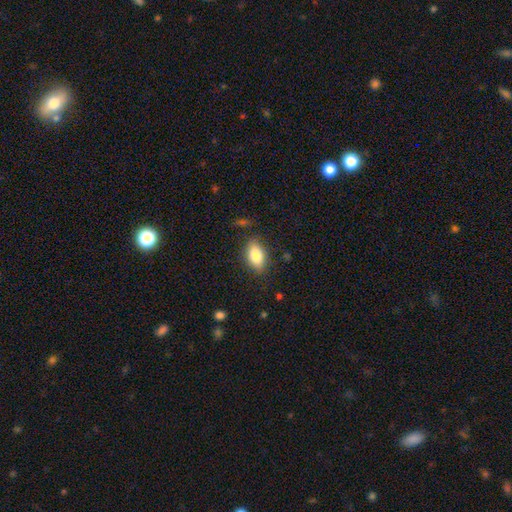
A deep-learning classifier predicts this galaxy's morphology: Smooth or featured? smooth (83%)
How rounded? in between (89%)
Merging? none (83%)